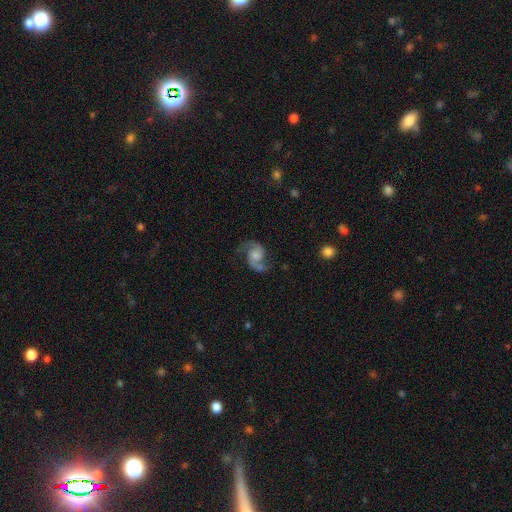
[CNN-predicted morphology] featured or disk 86%, smooth 8%, star or artifact 6%. Down the decision tree: edge-on disk — no (98%); bar — no (67%); spiral arms — yes (97%); spiral arm count — 2 (93%); spiral winding — loose (48%); bulge size — moderate (32%); merging — none (72%).